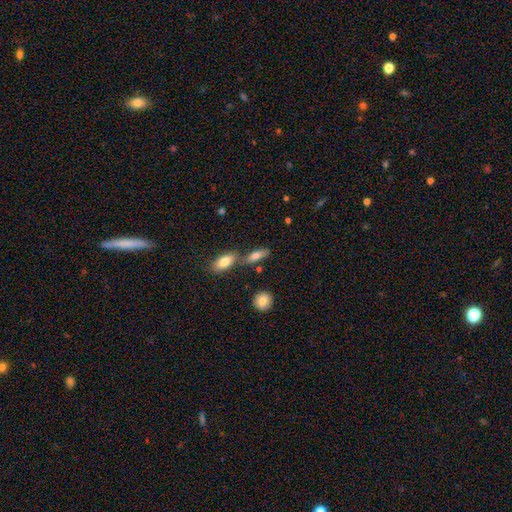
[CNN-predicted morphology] Smooth or featured?
  - smooth: 75% *
  - featured or disk: 17%
  - star or artifact: 8%
How rounded?
  - in between: 69% *
  - cigar-shaped: 27%
  - round: 4%
Merging?
  - none: 56% *
  - merger: 26%
  - minor disturbance: 13%
  - major disturbance: 4%